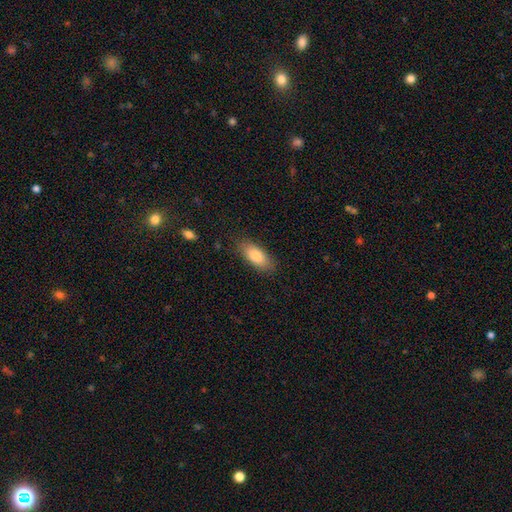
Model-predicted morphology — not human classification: A smooth galaxy with no disk features (83%) that is in between round and cigar-shaped (83%).

Vote fractions:
- Smooth or featured? smooth: 83% / featured or disk: 11% / star or artifact: 7%
- How rounded? in between: 83% / cigar-shaped: 14% / round: 3%
- Merging? none: 83% / minor disturbance: 13% / major disturbance: 3% / merger: 1%